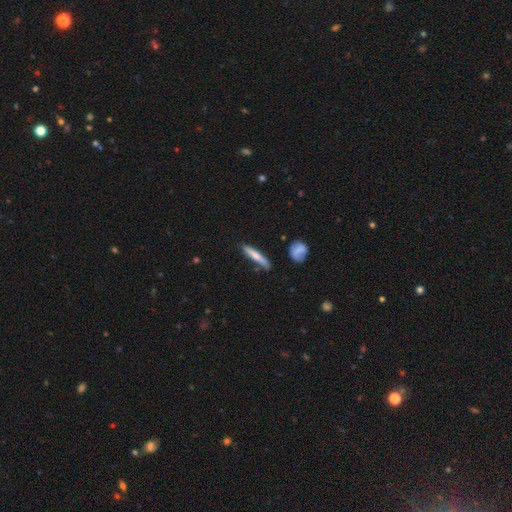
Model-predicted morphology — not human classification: Smooth or featured: smooth — 60% (featured or disk — 34%)
How rounded: cigar-shaped — 90% (in between — 8%)
Merging: none — 79% (minor disturbance — 15%)